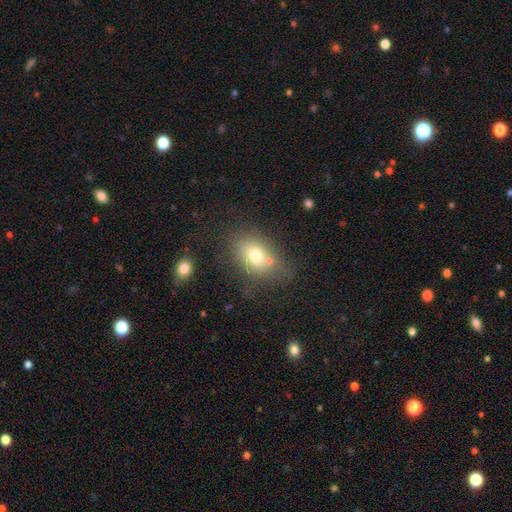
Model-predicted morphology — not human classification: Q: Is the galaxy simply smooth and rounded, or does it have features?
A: smooth — 72%.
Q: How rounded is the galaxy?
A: in between — 74%.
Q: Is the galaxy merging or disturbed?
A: none — 56%.